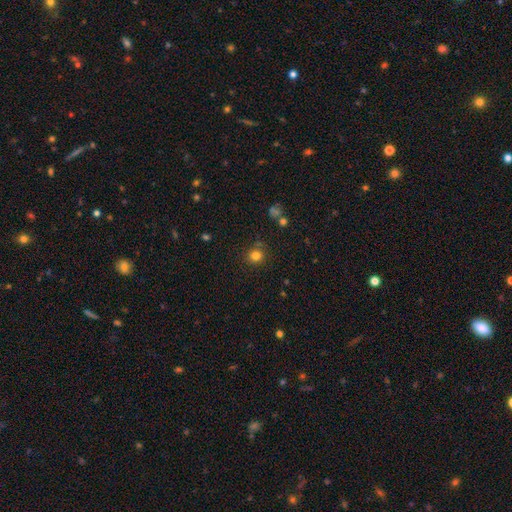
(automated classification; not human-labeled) A smooth galaxy with no disk features (80%) that is round (89%). Merging: none (84%).